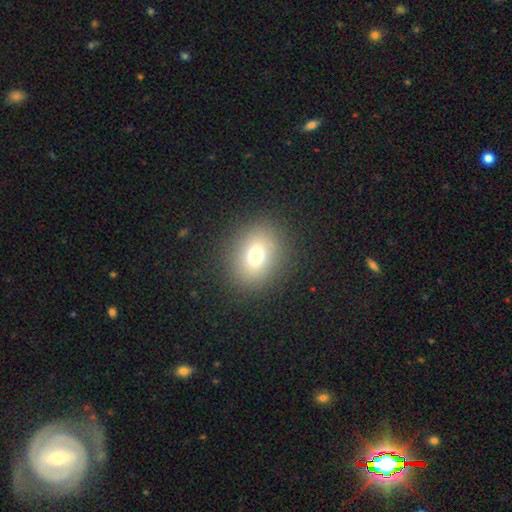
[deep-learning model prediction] Smooth or featured?
  - smooth: 72% *
  - star or artifact: 16%
  - featured or disk: 12%
How rounded?
  - round: 63% *
  - in between: 36%
  - cigar-shaped: 1%
Merging?
  - none: 88% *
  - minor disturbance: 7%
  - major disturbance: 4%
  - merger: 1%